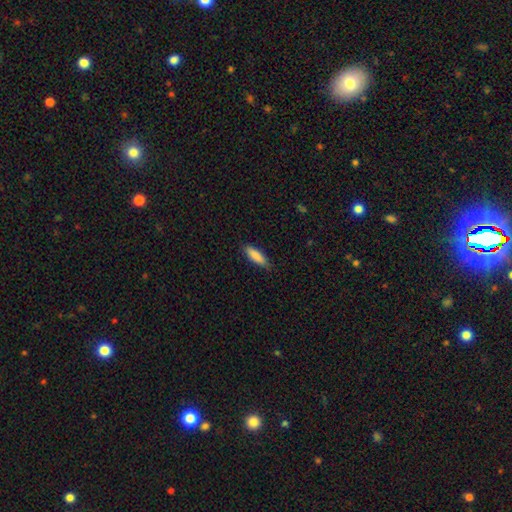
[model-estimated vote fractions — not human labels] smooth_or_featured: smooth (p=0.87) [alt: featured or disk p=0.07]
how_rounded: in between (p=0.51) [alt: cigar-shaped p=0.47]
merging: none (p=0.82) [alt: minor disturbance p=0.14]